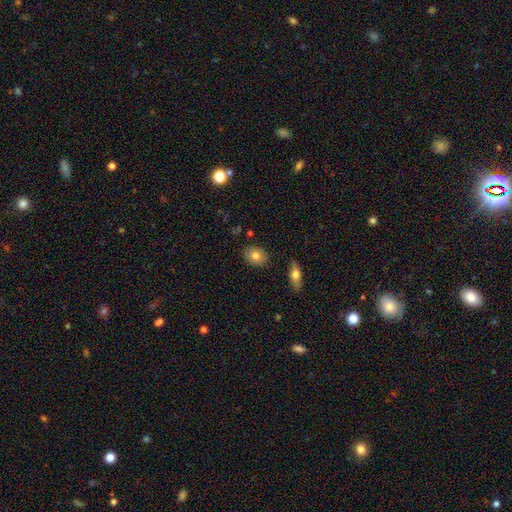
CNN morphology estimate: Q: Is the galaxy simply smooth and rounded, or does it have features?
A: smooth — 79%.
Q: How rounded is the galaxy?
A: in between — 64%.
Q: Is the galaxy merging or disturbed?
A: none — 87%.